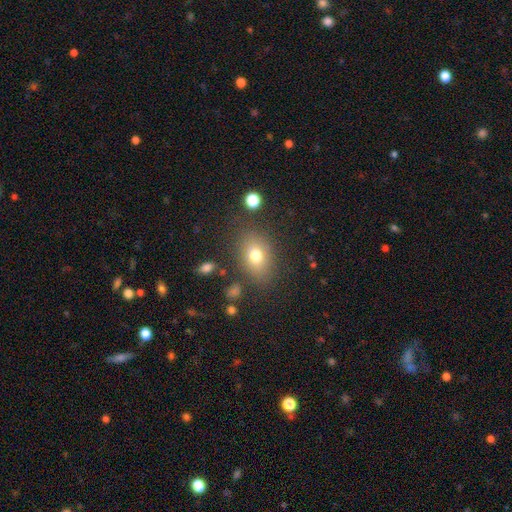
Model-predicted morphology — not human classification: Q: Smooth or featured?
A: smooth (75%); runner-up: featured or disk (13%)
Q: How rounded?
A: in between (71%); runner-up: round (28%)
Q: Merging?
A: none (79%); runner-up: minor disturbance (13%)